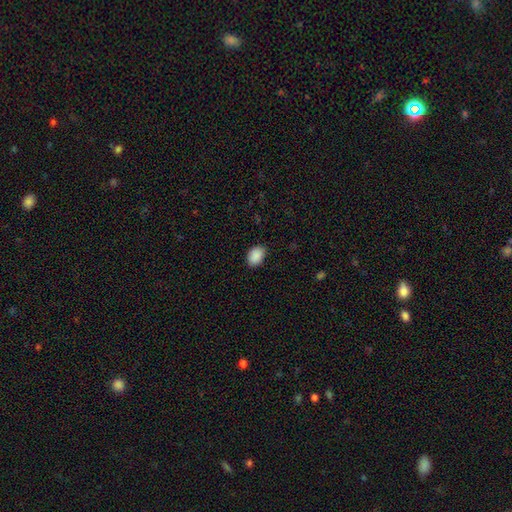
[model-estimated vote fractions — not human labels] A smooth galaxy with no disk features (90%) that is in between round and cigar-shaped (80%). Merging: none (86%).